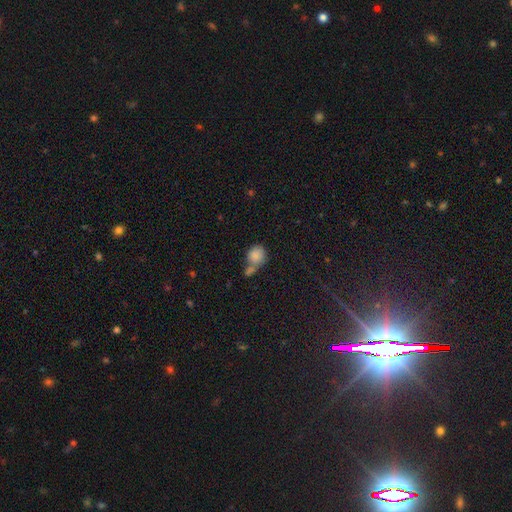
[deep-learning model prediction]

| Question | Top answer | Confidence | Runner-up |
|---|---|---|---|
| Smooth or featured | smooth | 84% | star or artifact (9%) |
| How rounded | round | 66% | in between (32%) |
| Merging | merger | 49% | none (33%) |